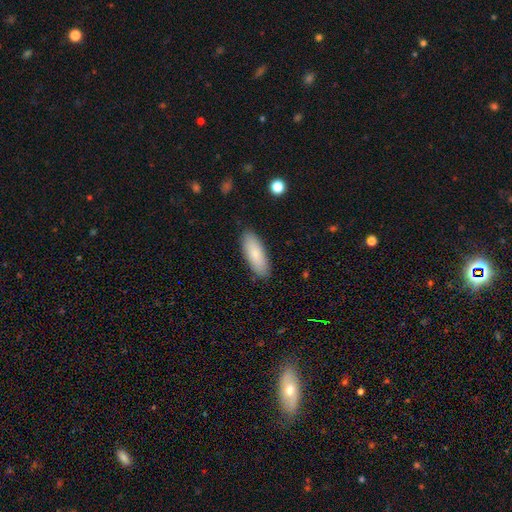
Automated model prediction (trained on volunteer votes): Smooth or featured? Predicted: smooth (p=0.81). How rounded? Predicted: in between (p=0.64). Merging? Predicted: none (p=0.88).